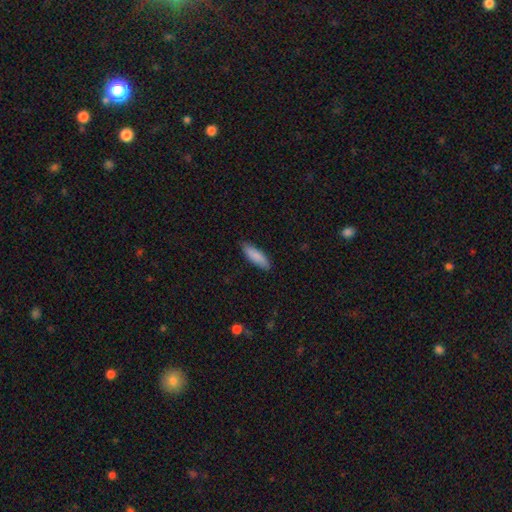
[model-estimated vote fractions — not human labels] This appears to be a smooth galaxy with no disk features (87%) that is cigar-shaped (50%). Merging: none (85%).